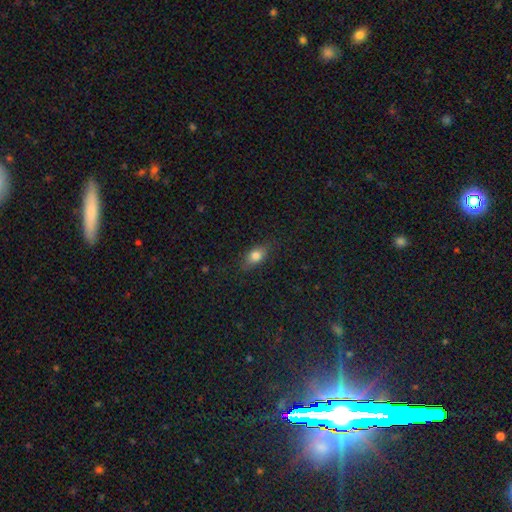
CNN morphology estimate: Q: Smooth or featured?
A: smooth (79%); runner-up: featured or disk (12%)
Q: How rounded?
A: in between (79%); runner-up: round (13%)
Q: Merging?
A: none (80%); runner-up: minor disturbance (15%)